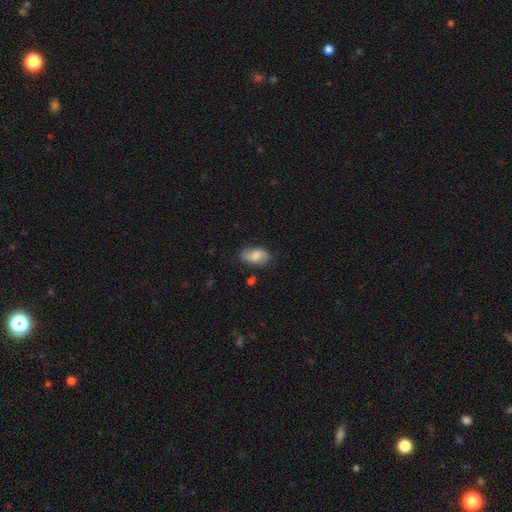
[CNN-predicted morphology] This appears to be a smooth galaxy with no disk features (72%) that is in between round and cigar-shaped (91%). Merging: none (70%).